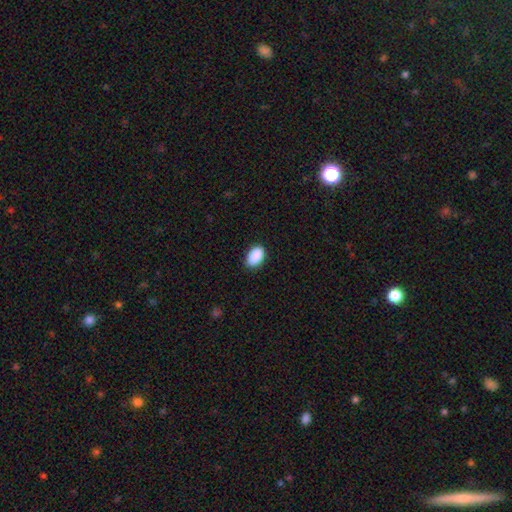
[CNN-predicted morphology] Smooth or featured?
  - smooth: 90% *
  - star or artifact: 7%
  - featured or disk: 3%
How rounded?
  - in between: 92% *
  - round: 7%
  - cigar-shaped: 1%
Merging?
  - none: 86% *
  - minor disturbance: 11%
  - major disturbance: 2%
  - merger: 1%